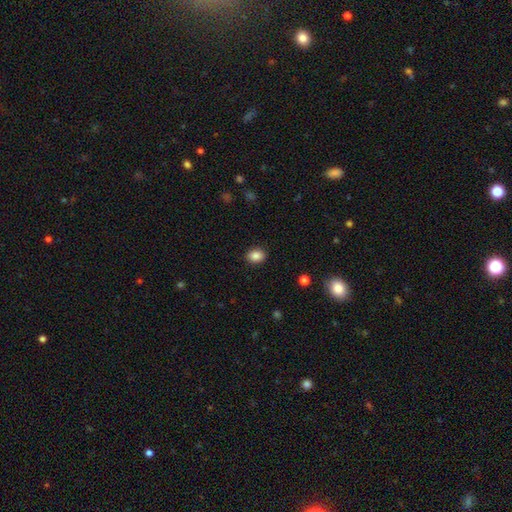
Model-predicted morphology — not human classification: Smooth or featured? Predicted: smooth (p=0.86). How rounded? Predicted: in between (p=0.62). Merging? Predicted: none (p=0.89).